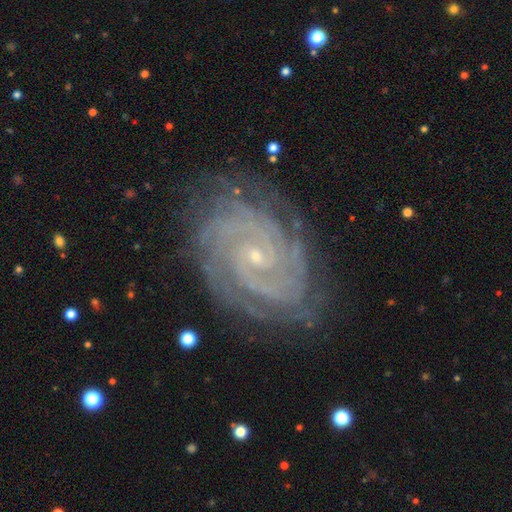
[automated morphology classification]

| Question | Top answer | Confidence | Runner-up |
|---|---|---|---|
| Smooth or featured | featured or disk | 90% | star or artifact (6%) |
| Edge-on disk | no | 97% | yes (3%) |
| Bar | no | 65% | weak (26%) |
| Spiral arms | yes | 98% | no (2%) |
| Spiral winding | tight | 79% | medium (18%) |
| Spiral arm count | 2 | 29% | can't tell (18%) |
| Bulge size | small | 87% | moderate (9%) |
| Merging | none | 80% | minor disturbance (14%) |